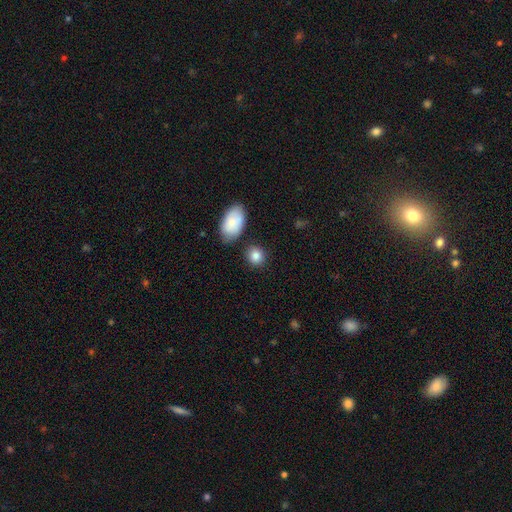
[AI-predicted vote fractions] Q: Smooth or featured?
A: smooth (86%); runner-up: star or artifact (8%)
Q: How rounded?
A: round (76%); runner-up: in between (22%)
Q: Merging?
A: none (81%); runner-up: minor disturbance (10%)